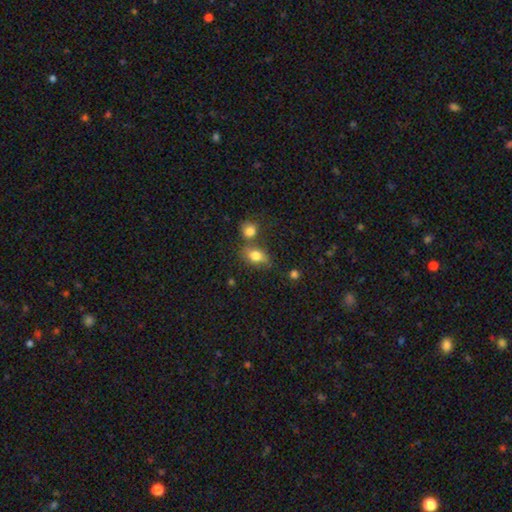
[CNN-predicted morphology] A smooth galaxy with no disk features (78%) that is in between round and cigar-shaped (76%).

Vote fractions:
- Smooth or featured? smooth: 78% / featured or disk: 12% / star or artifact: 10%
- How rounded? in between: 76% / round: 21% / cigar-shaped: 3%
- Merging? none: 56% / merger: 21% / minor disturbance: 17% / major disturbance: 6%